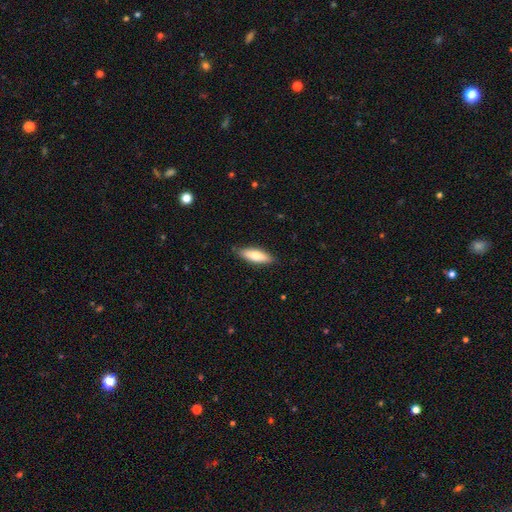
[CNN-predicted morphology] This appears to be a smooth galaxy with no disk features (78%) that is in between round and cigar-shaped (53%). Merging: none (85%).